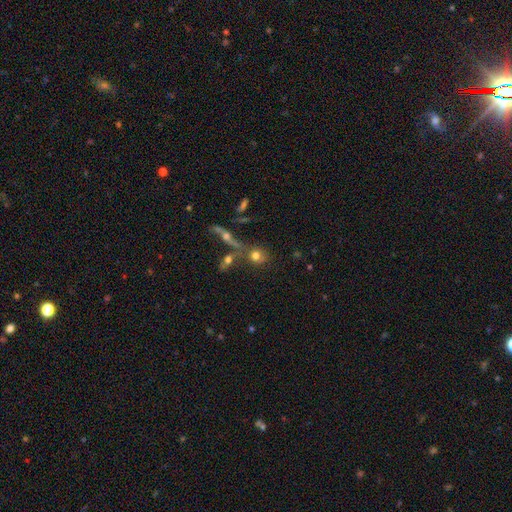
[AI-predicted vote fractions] Q: Smooth or featured?
A: smooth (70%); runner-up: featured or disk (16%)
Q: How rounded?
A: round (75%); runner-up: in between (22%)
Q: Merging?
A: none (54%); runner-up: merger (28%)